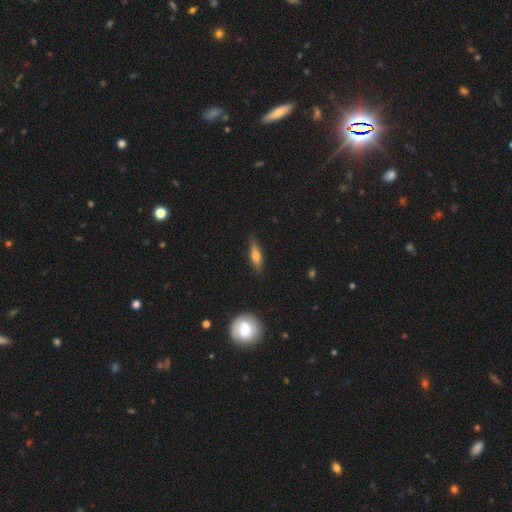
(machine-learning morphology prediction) This appears to be a smooth galaxy with no disk features (67%) that is in between round and cigar-shaped (51%). Merging: none (81%).